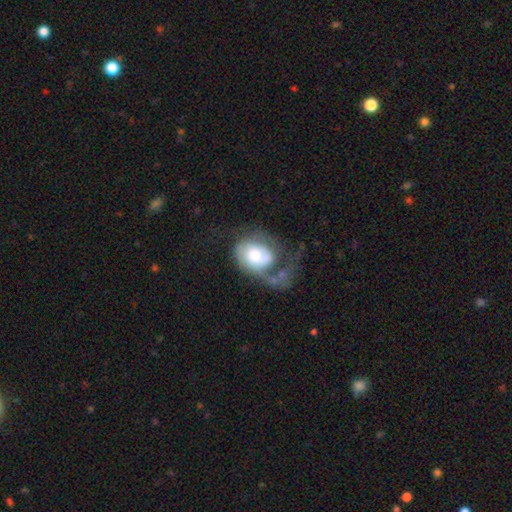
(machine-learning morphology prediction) type=featured or disk (51%); edge-on=no (97%); merging=major disturbance (54%).